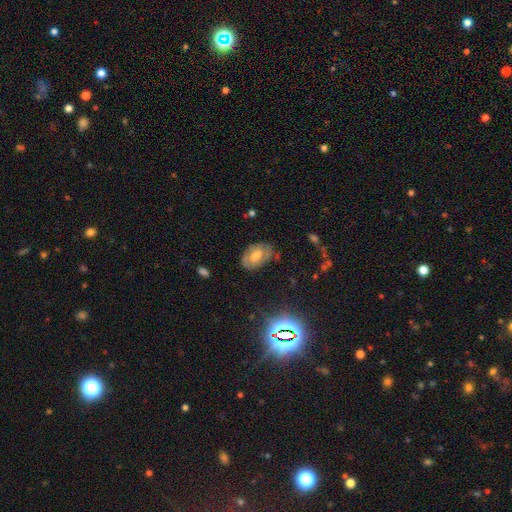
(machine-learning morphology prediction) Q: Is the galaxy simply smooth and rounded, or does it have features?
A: featured or disk — 56%.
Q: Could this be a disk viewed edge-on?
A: no — 94%.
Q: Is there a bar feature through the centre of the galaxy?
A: weak — 43%.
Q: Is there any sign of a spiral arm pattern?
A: yes — 60%.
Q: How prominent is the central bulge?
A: moderate — 58%.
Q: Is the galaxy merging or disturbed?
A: none — 76%.